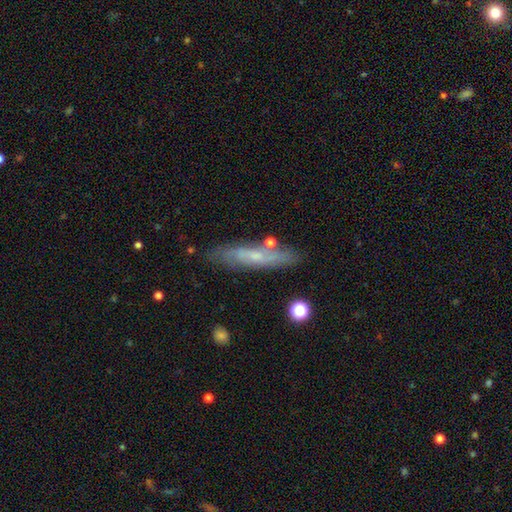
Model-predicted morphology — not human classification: This appears to be a featured or disk galaxy (51%) viewed edge-on (60%). Merging: none (77%).